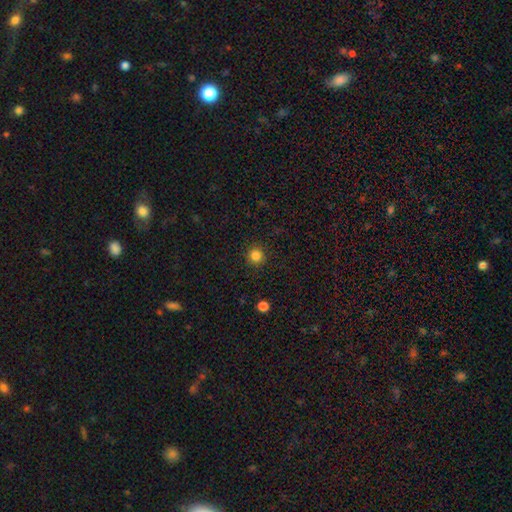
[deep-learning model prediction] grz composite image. It shows a smooth galaxy with no disk features (83%) that is round (93%). Merging: none (91%).